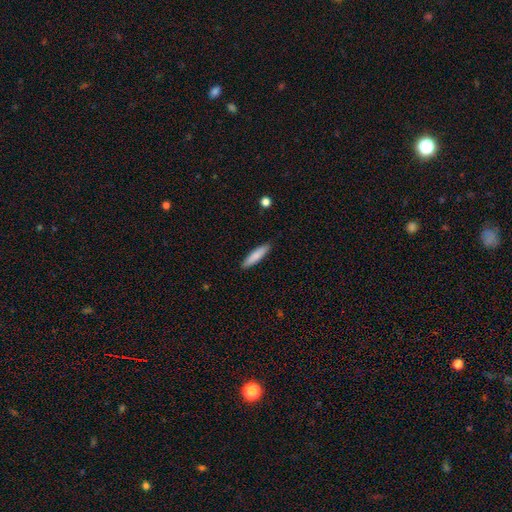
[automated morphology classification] This is clearly a smooth galaxy (82%). How rounded: likely cigar-shaped (78%). Merging: clearly none (89%).